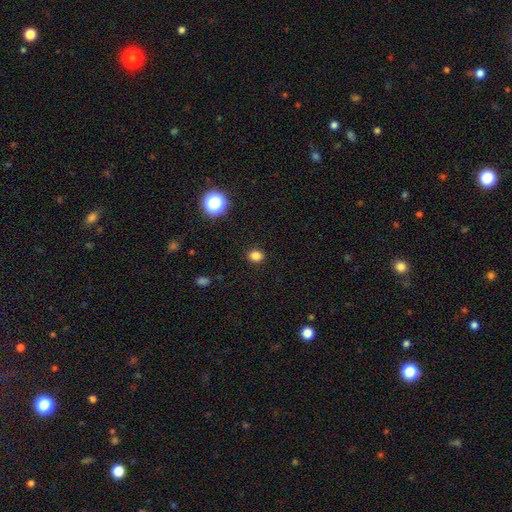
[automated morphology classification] smooth-or-featured: smooth: 82% | star or artifact: 14% | featured or disk: 4%
  how-rounded: round: 57% | in between: 42% | cigar-shaped: 1%
  merging: none: 89% | minor disturbance: 7% | major disturbance: 2% | merger: 1%